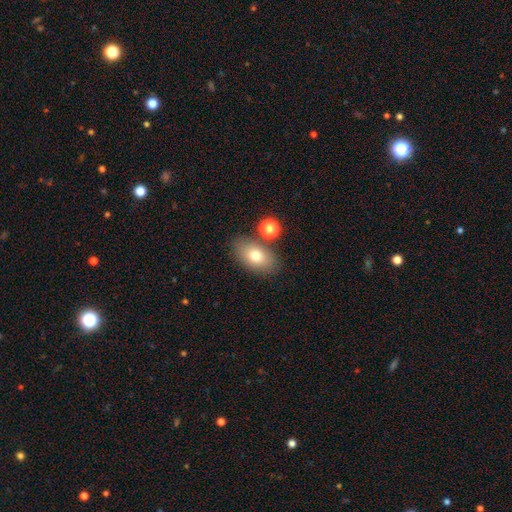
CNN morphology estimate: type=smooth (75%); roundness=in between (88%); merging=none (77%).